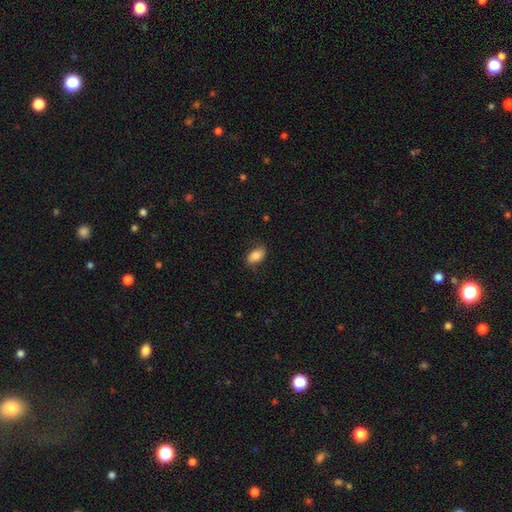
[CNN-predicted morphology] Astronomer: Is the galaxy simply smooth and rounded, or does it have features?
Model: smooth — 83%.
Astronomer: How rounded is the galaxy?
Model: in between — 91%.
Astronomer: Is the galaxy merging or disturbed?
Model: none — 79%.